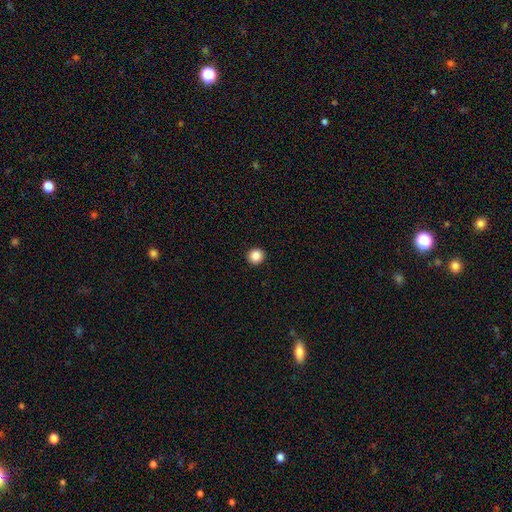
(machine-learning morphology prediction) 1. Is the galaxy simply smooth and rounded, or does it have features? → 87% smooth, 10% star or artifact, 3% featured or disk.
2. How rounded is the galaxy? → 92% round, 7% in between, 1% cigar-shaped.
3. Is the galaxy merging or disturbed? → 93% none, 4% minor disturbance, 1% major disturbance, 1% merger.